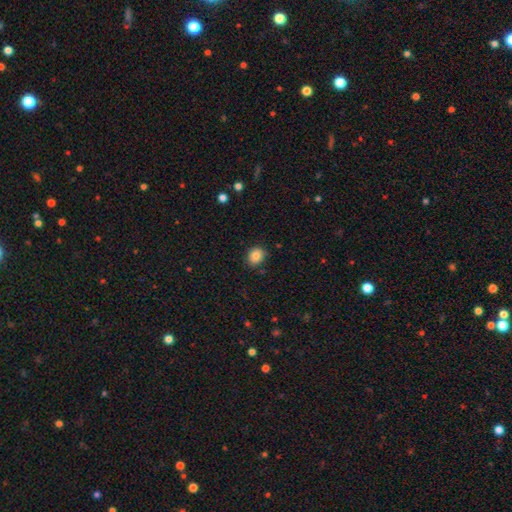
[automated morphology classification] Smooth or featured?
  - smooth: 85% *
  - star or artifact: 10%
  - featured or disk: 5%
How rounded?
  - round: 67% *
  - in between: 32%
  - cigar-shaped: 1%
Merging?
  - none: 85% *
  - minor disturbance: 11%
  - major disturbance: 2%
  - merger: 1%